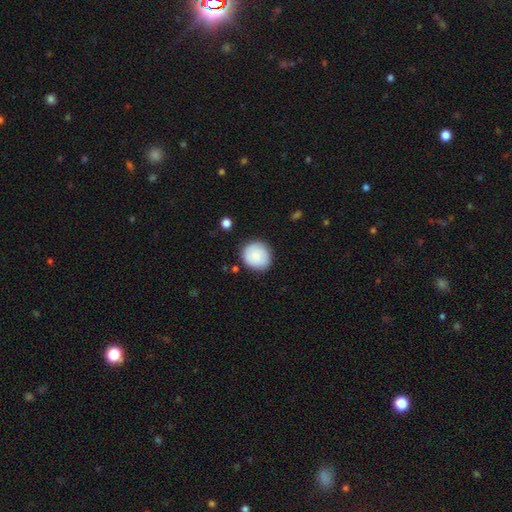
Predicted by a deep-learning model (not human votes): A smooth galaxy with no disk features (83%) that is round (88%). Merging: none (83%).